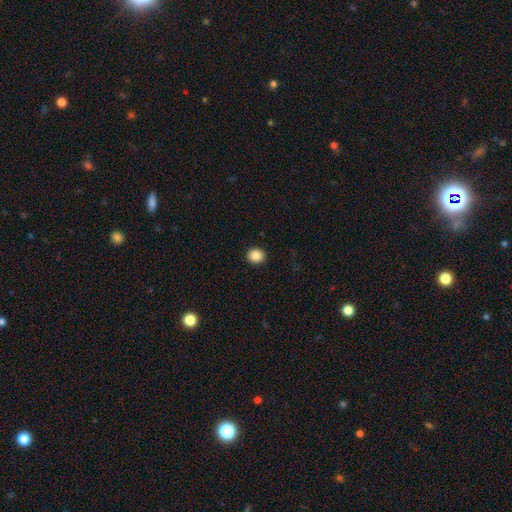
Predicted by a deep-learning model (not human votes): smooth-or-featured: smooth: 86% | star or artifact: 10% | featured or disk: 4%
  how-rounded: round: 83% | in between: 16% | cigar-shaped: 1%
  merging: none: 93% | minor disturbance: 5% | major disturbance: 2% | merger: 1%